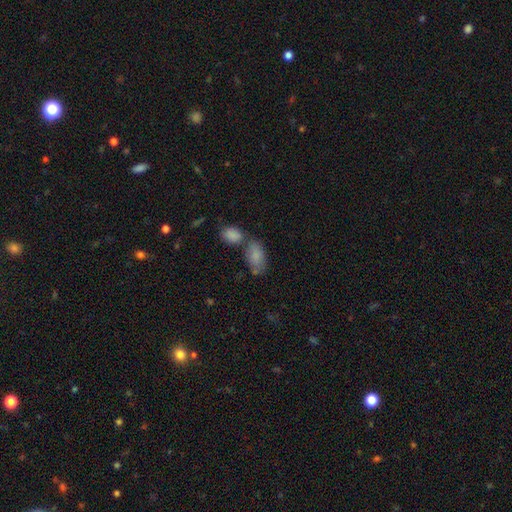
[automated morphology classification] smooth_or_featured: smooth (p=0.84) [alt: featured or disk p=0.09]
how_rounded: in between (p=0.93) [alt: round p=0.04]
merging: none (p=0.47) [alt: merger p=0.31]